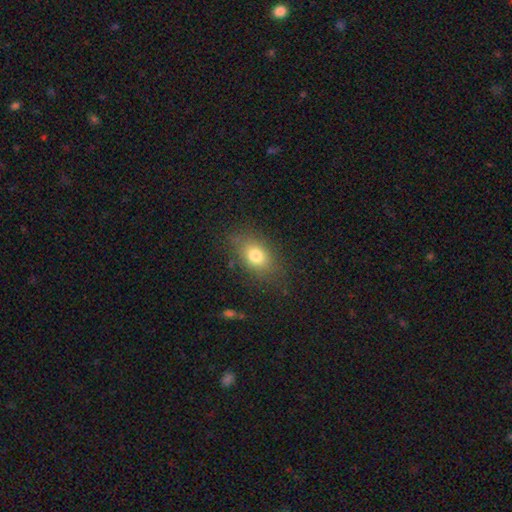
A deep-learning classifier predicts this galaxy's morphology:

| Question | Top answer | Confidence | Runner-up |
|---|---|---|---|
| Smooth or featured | smooth | 77% | featured or disk (12%) |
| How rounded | in between | 76% | round (21%) |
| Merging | none | 80% | minor disturbance (14%) |